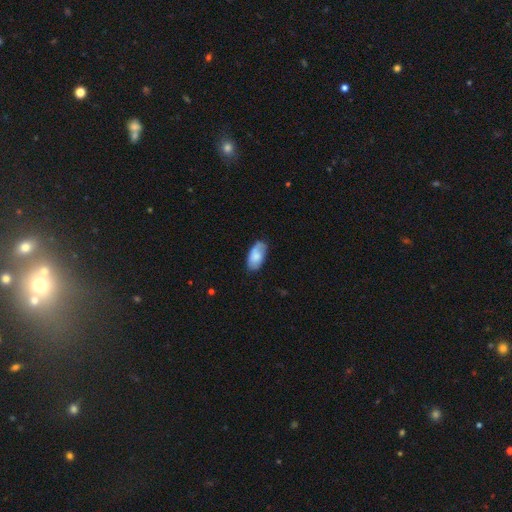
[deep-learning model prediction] This is likely a smooth galaxy (76%). How rounded: clearly in between (94%). Merging: likely none (69%).